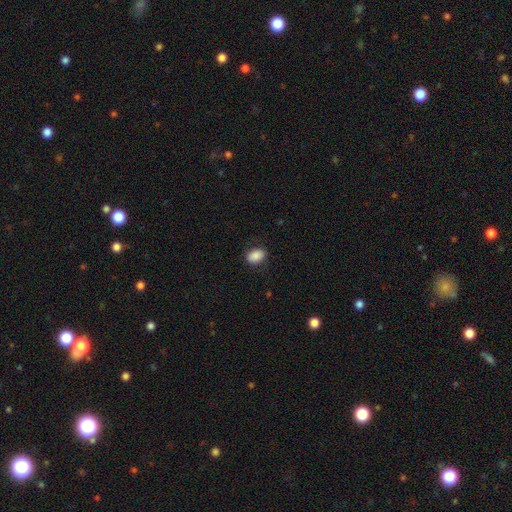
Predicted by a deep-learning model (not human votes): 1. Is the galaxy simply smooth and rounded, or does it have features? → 86% smooth, 8% star or artifact, 6% featured or disk.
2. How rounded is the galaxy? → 82% in between, 17% round, 1% cigar-shaped.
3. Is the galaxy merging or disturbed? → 81% none, 14% minor disturbance, 4% major disturbance, 1% merger.